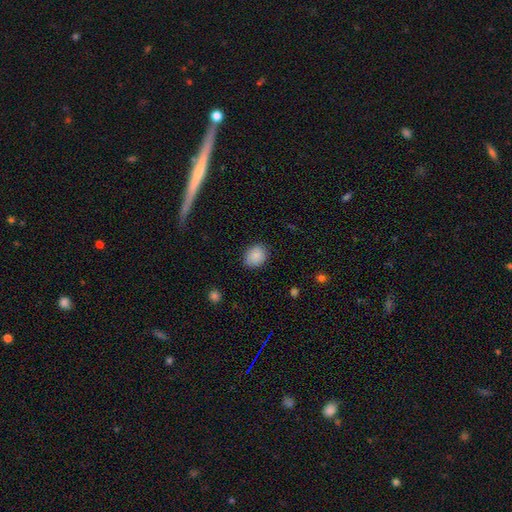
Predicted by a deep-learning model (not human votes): Overall: smooth (87%). How rounded: round (52%; in between 47%). Merging: none (84%).